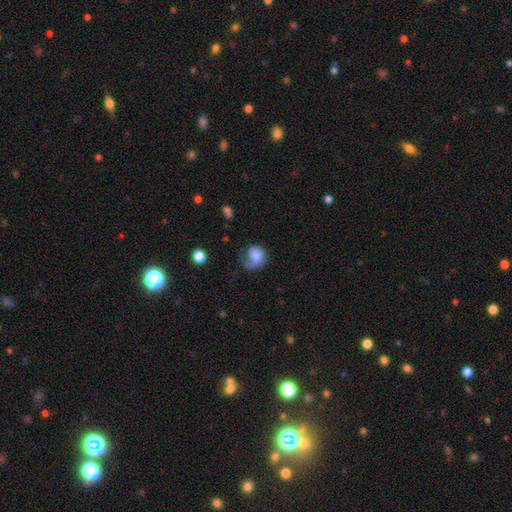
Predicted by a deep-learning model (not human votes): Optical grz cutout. It shows a smooth galaxy with no disk features (57%) that is round (63%). Merging: major disturbance (38%).